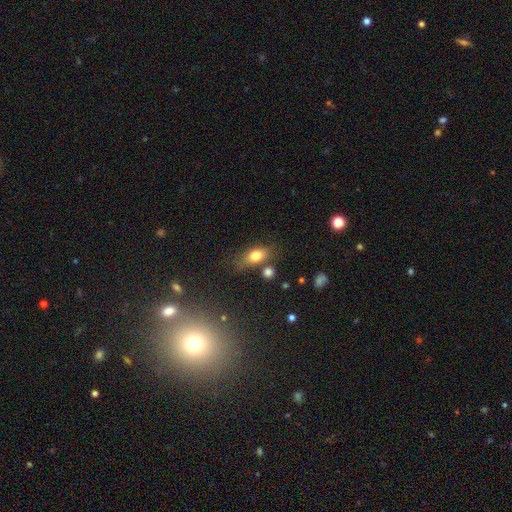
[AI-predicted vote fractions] A smooth galaxy with no disk features (77%) that is in between round and cigar-shaped (79%). Merging: none (62%).